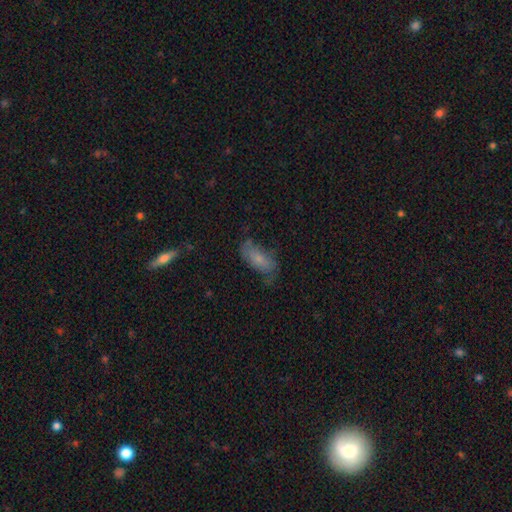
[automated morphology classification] A smooth galaxy with no disk features (47%).

Vote fractions:
- Smooth or featured? smooth: 47% / featured or disk: 36% / star or artifact: 16%
- Merging? none: 65% / minor disturbance: 23% / major disturbance: 10% / merger: 2%